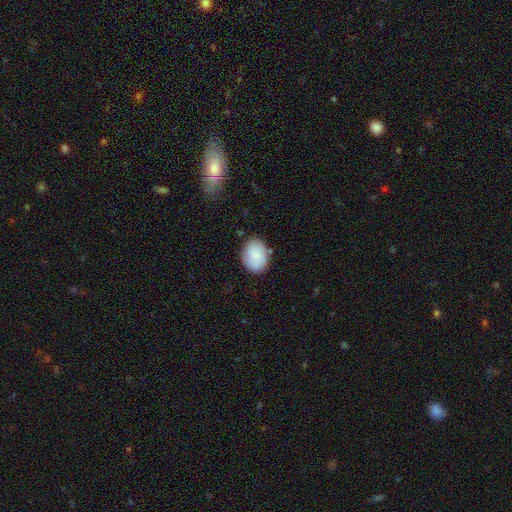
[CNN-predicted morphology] smooth_or_featured: smooth (p=0.82) [alt: featured or disk p=0.11]
how_rounded: in between (p=0.68) [alt: round p=0.31]
merging: none (p=0.76) [alt: minor disturbance p=0.17]